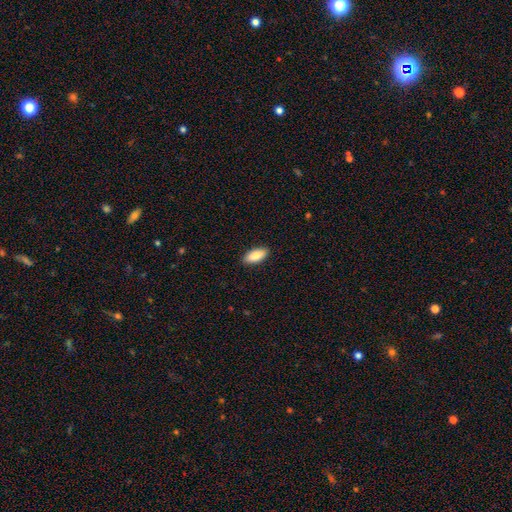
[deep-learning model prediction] Smooth or featured: smooth — 85% (featured or disk — 9%)
How rounded: in between — 86% (cigar-shaped — 12%)
Merging: none — 90% (minor disturbance — 8%)